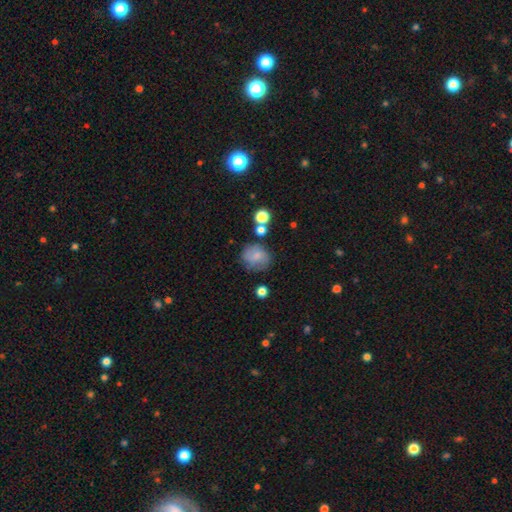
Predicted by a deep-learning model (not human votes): smooth 72%, featured or disk 17%, star or artifact 11%. Down the decision tree: how rounded — round (76%); merging — none (65%).